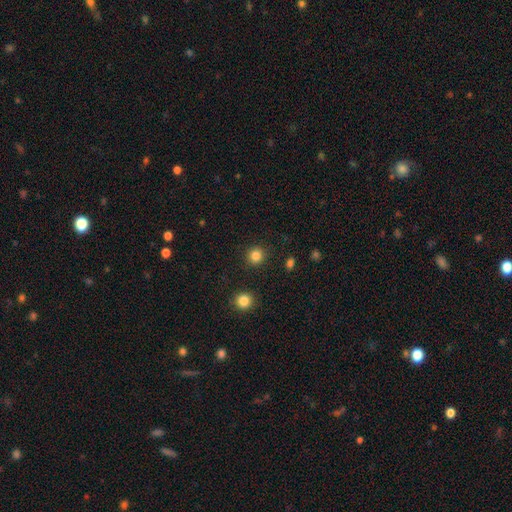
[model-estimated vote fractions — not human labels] A smooth galaxy with no disk features (84%) that is round (90%).

Vote fractions:
- Smooth or featured? smooth: 84% / star or artifact: 12% / featured or disk: 4%
- How rounded? round: 90% / in between: 10% / cigar-shaped: 1%
- Merging? none: 90% / minor disturbance: 6% / major disturbance: 2% / merger: 2%